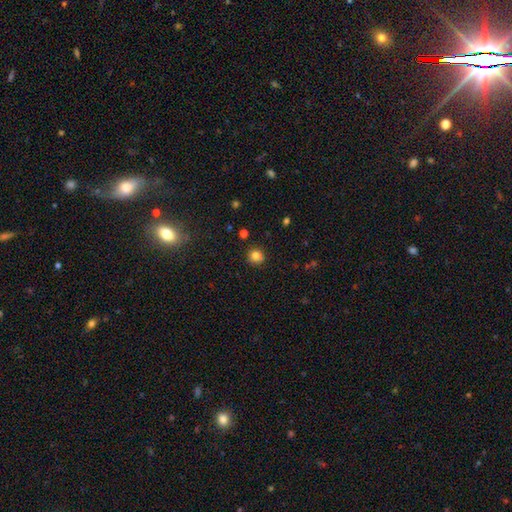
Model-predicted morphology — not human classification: A smooth galaxy with no disk features (80%) that is round (90%).

Vote fractions:
- Smooth or featured? smooth: 80% / star or artifact: 13% / featured or disk: 7%
- How rounded? round: 90% / in between: 9% / cigar-shaped: 1%
- Merging? none: 86% / minor disturbance: 9% / merger: 2% / major disturbance: 2%